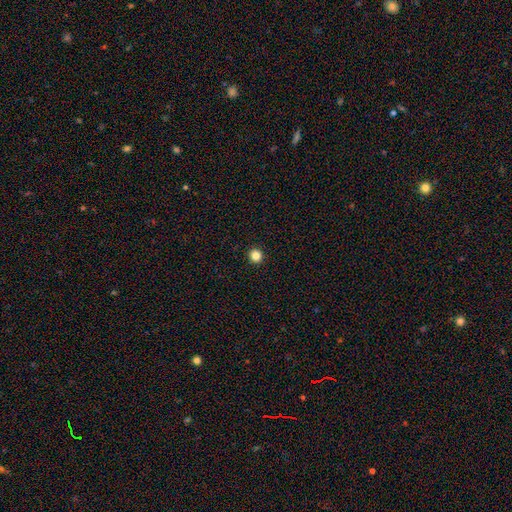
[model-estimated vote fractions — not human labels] smooth-or-featured: smooth: 84% | star or artifact: 12% | featured or disk: 4%
  how-rounded: round: 95% | in between: 4% | cigar-shaped: 1%
  merging: none: 94% | minor disturbance: 4% | major disturbance: 1% | merger: 1%